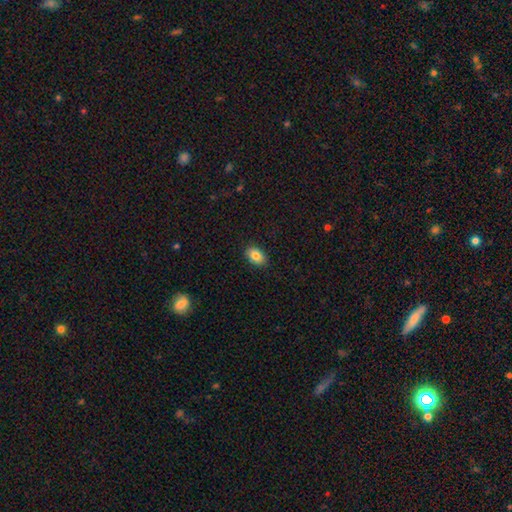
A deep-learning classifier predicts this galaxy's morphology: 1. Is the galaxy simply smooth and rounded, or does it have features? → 84% smooth, 8% star or artifact, 8% featured or disk.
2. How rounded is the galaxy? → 87% in between, 12% round, 1% cigar-shaped.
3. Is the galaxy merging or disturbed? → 88% none, 9% minor disturbance, 2% major disturbance, 1% merger.